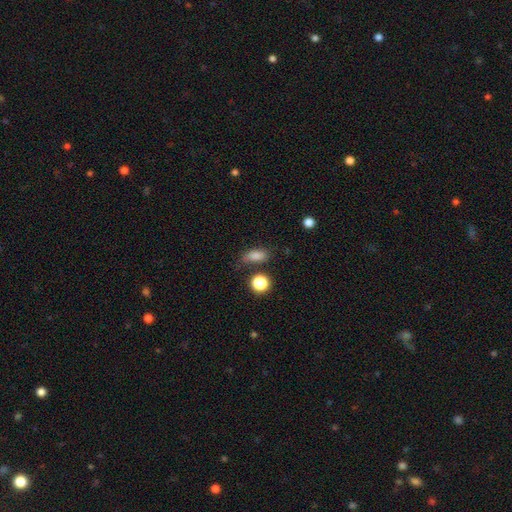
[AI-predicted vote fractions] Smooth or featured?
  - smooth: 79% *
  - star or artifact: 13%
  - featured or disk: 8%
How rounded?
  - in between: 74% *
  - cigar-shaped: 14%
  - round: 12%
Merging?
  - none: 63% *
  - minor disturbance: 23%
  - major disturbance: 8%
  - merger: 7%